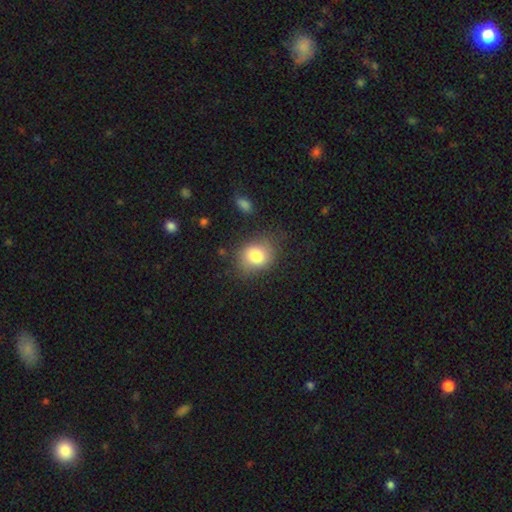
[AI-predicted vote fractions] This is clearly a smooth galaxy (81%). How rounded: possibly round (55%). Merging: likely none (71%).